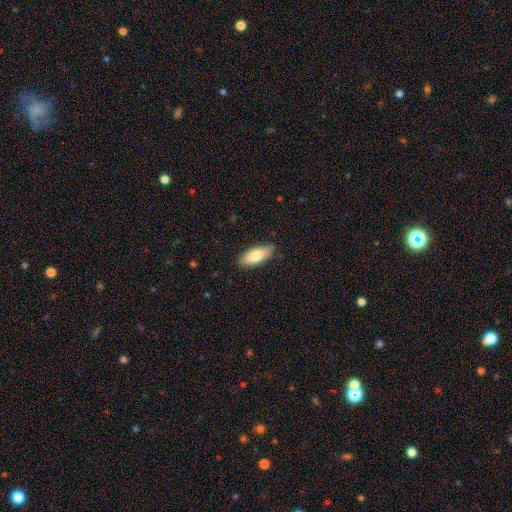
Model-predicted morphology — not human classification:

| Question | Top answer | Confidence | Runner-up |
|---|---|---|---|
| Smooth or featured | smooth | 78% | featured or disk (16%) |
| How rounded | in between | 75% | cigar-shaped (23%) |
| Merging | none | 86% | minor disturbance (11%) |